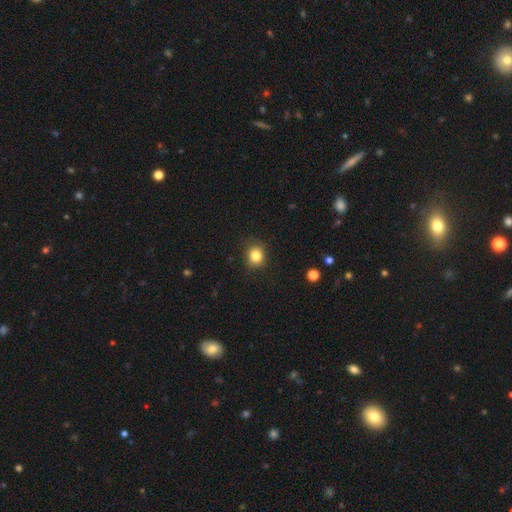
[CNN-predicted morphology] This appears to be a smooth galaxy with no disk features (84%) that is round (79%). Merging: none (84%).